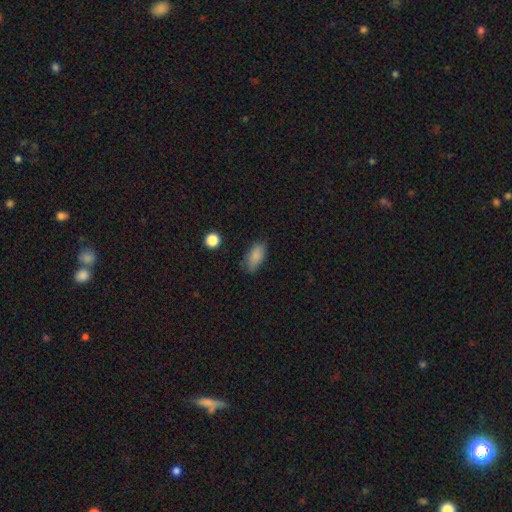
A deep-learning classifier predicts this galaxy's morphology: Smooth or featured? smooth (85%)
How rounded? in between (88%)
Merging? none (76%)